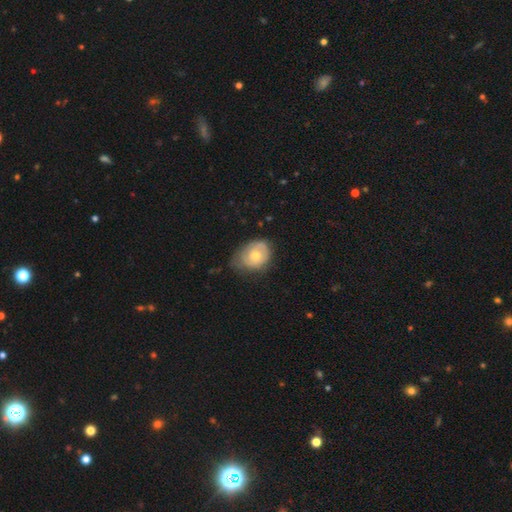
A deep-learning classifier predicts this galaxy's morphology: type=smooth (58%); roundness=in between (60%); merging=none (46%).